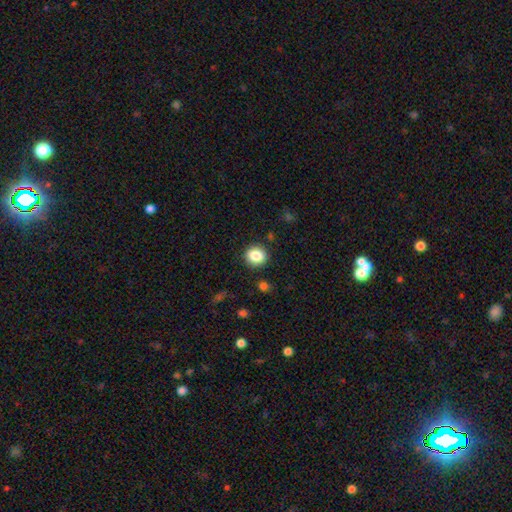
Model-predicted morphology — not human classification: The model was most divided on "how rounded": round: 75%, in between: 24%, cigar-shaped: 1%. More confident: merging — none (87%); smooth or featured — smooth (85%).